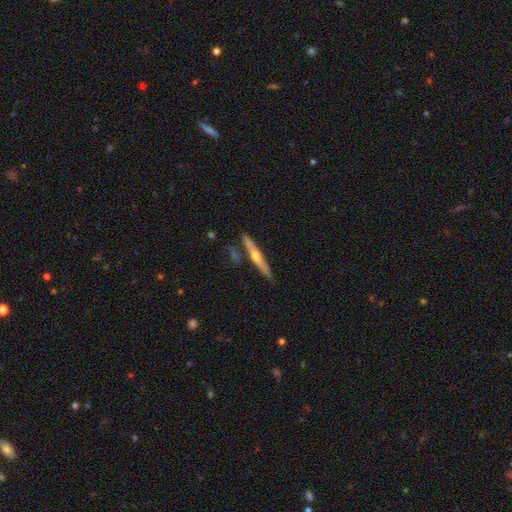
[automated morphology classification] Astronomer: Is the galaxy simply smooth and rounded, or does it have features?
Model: featured or disk — 67%.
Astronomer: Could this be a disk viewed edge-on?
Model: yes — 96%.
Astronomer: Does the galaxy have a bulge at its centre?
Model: rounded — 87%.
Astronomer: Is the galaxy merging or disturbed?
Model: none — 81%.